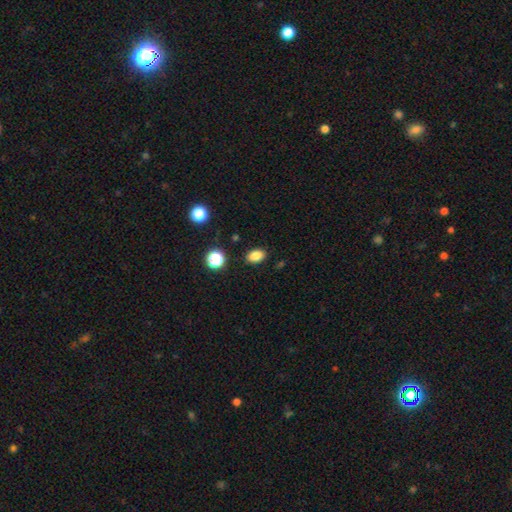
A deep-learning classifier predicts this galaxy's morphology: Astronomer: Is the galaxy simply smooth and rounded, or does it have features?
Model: smooth — 83%.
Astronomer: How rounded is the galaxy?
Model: in between — 81%.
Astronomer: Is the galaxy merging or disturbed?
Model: none — 87%.